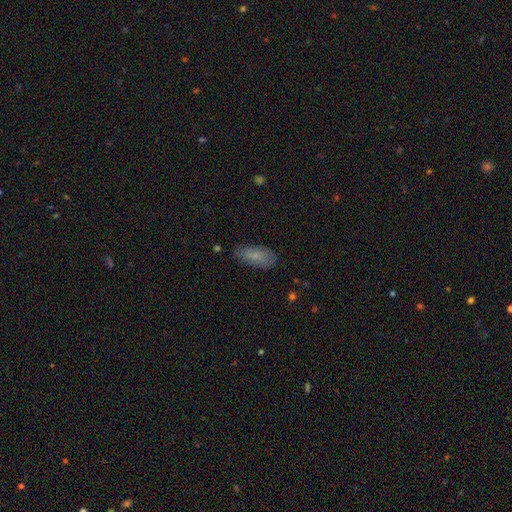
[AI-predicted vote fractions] smooth 72%, featured or disk 20%, star or artifact 8%. Down the decision tree: how rounded — in between (87%); merging — none (75%).